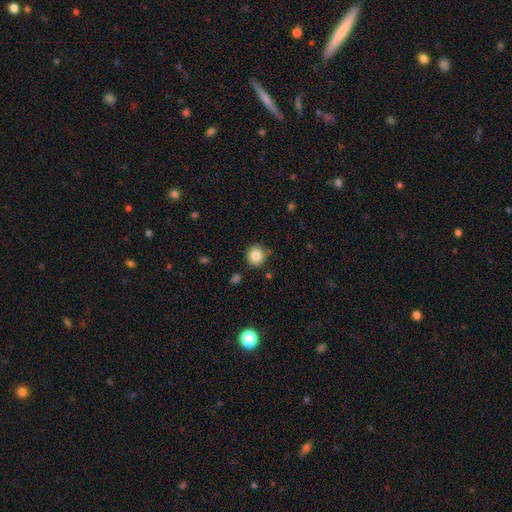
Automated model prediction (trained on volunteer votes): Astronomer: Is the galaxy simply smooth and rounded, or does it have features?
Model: smooth — 84%.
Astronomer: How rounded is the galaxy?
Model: round — 91%.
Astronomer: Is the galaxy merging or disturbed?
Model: none — 85%.